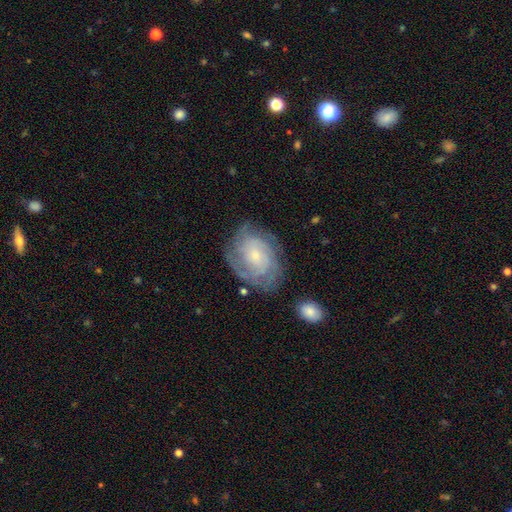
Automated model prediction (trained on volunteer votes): Smooth or featured?
  - featured or disk: 78% *
  - smooth: 15%
  - star or artifact: 7%
Edge-on disk?
  - no: 97% *
  - yes: 3%
Bar?
  - no: 75% *
  - weak: 22%
  - strong: 3%
Spiral arms?
  - yes: 93% *
  - no: 7%
Spiral winding?
  - tight: 66% *
  - medium: 27%
  - loose: 7%
Spiral arm count?
  - can't tell: 40% *
  - 3: 19%
  - 4: 16%
  - 2: 13%
  - more than 4: 7%
  - 1: 6%
Bulge size?
  - small: 69% *
  - moderate: 25%
  - none: 3%
  - large: 2%
  - dominant: 1%
Merging?
  - none: 73% *
  - minor disturbance: 18%
  - major disturbance: 7%
  - merger: 2%